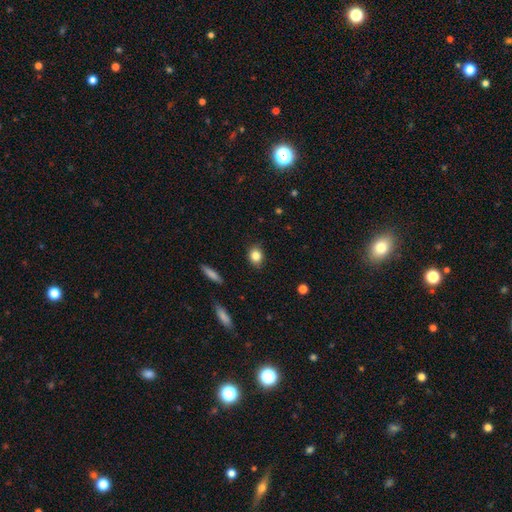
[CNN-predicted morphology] Smooth or featured?
  - smooth: 82% *
  - star or artifact: 10%
  - featured or disk: 8%
How rounded?
  - round: 54% *
  - in between: 44%
  - cigar-shaped: 2%
Merging?
  - none: 86% *
  - minor disturbance: 10%
  - major disturbance: 2%
  - merger: 1%